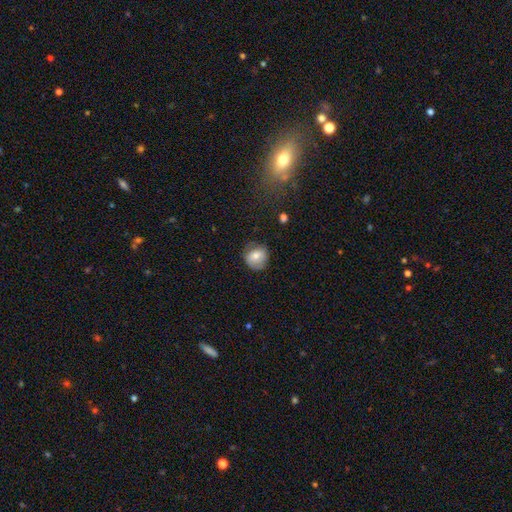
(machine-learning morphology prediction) smooth 72%, featured or disk 19%, star or artifact 8%. Down the decision tree: how rounded — round (81%); merging — none (67%).